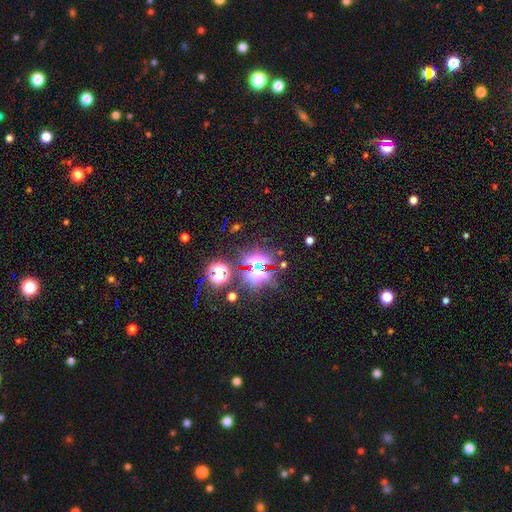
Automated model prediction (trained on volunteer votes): Q: Smooth or featured?
A: star or artifact (79%); runner-up: smooth (13%)